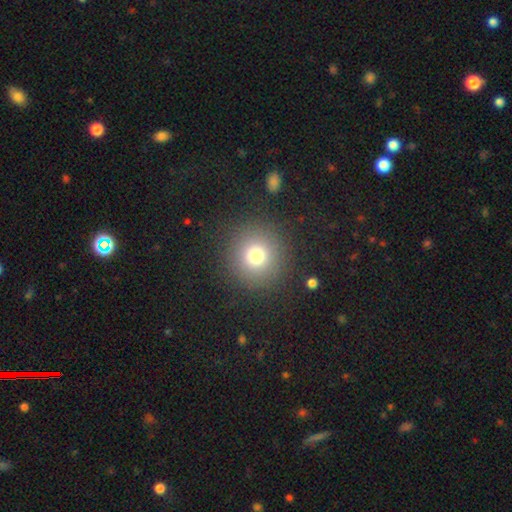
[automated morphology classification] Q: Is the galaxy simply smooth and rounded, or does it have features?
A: smooth — 75%.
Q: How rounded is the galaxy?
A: round — 94%.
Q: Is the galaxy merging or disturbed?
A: none — 88%.